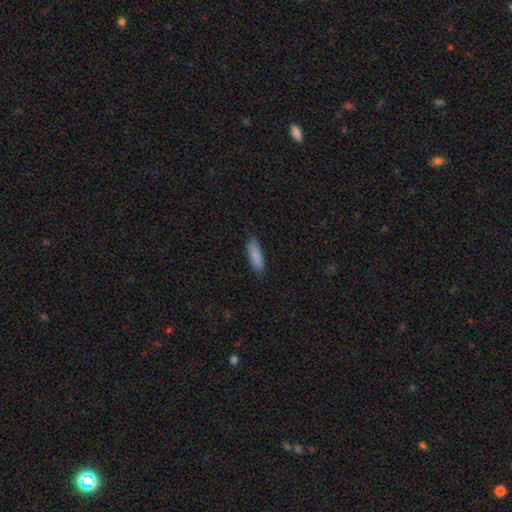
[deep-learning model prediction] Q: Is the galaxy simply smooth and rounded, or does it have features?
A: smooth — 86%.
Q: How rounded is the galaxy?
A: in between — 50%.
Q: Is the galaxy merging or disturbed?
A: none — 78%.